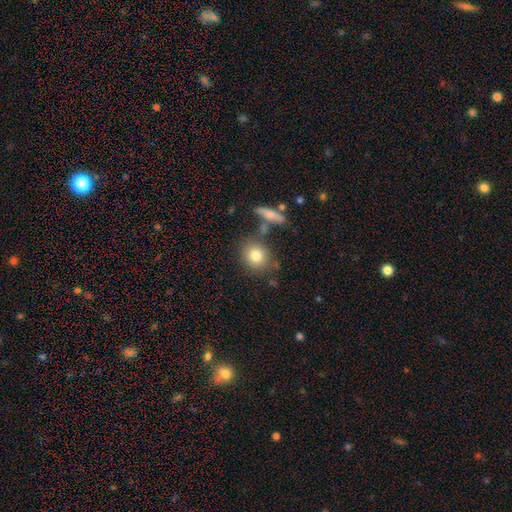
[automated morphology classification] Q: Smooth or featured?
A: smooth (80%); runner-up: featured or disk (11%)
Q: How rounded?
A: round (80%); runner-up: in between (18%)
Q: Merging?
A: none (75%); runner-up: minor disturbance (12%)